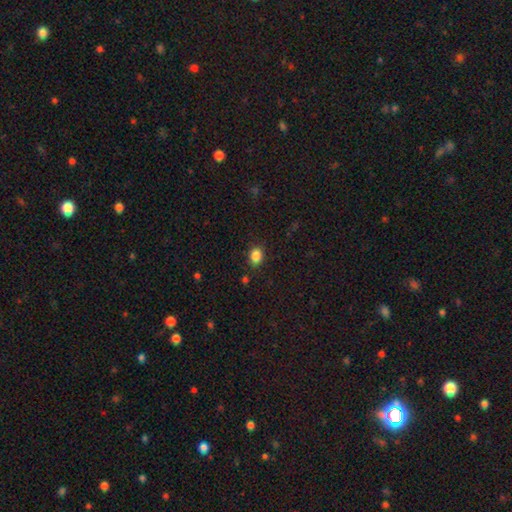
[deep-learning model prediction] Smooth or featured: smooth — 86% (star or artifact — 10%)
How rounded: in between — 67% (round — 32%)
Merging: none — 83% (minor disturbance — 12%)